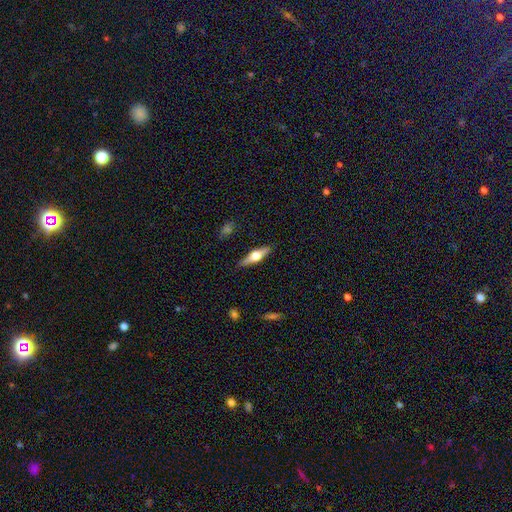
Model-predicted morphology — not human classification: type=featured or disk (63%); edge-on=yes (95%); edge-on bulge=rounded (95%); merging=none (88%).